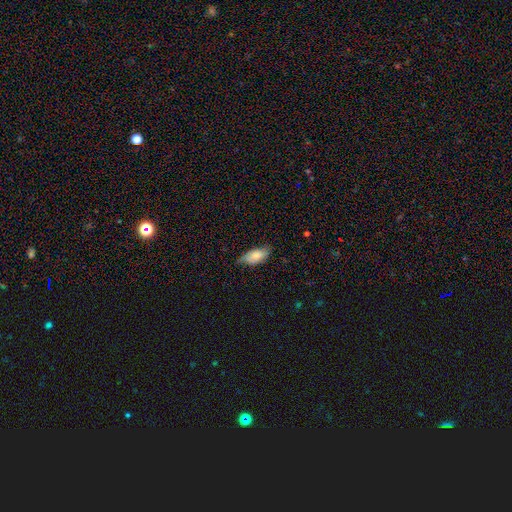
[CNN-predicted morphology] Overall: smooth (71%). How rounded: in between (88%). Merging: none (60%; minor disturbance 32%).